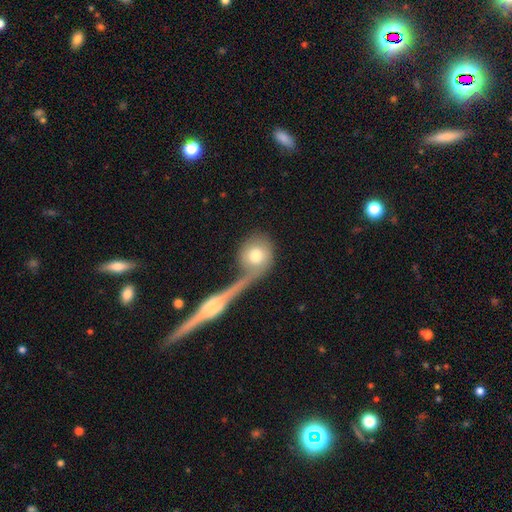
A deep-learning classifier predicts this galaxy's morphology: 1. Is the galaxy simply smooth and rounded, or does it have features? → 72% smooth, 21% featured or disk, 7% star or artifact.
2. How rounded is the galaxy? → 80% round, 16% in between, 4% cigar-shaped.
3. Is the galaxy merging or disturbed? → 45% none, 35% merger, 11% minor disturbance, 9% major disturbance.